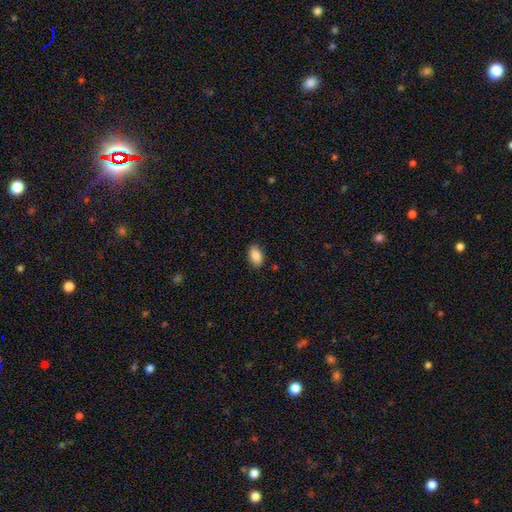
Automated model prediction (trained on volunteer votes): A smooth galaxy with no disk features (88%) that is in between round and cigar-shaped (92%). Merging: none (87%).